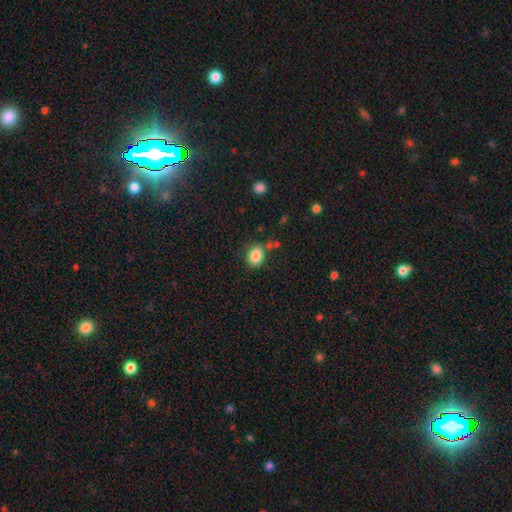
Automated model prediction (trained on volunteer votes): smooth 85%, star or artifact 10%, featured or disk 5%. Down the decision tree: how rounded — round (55%); merging — none (75%).